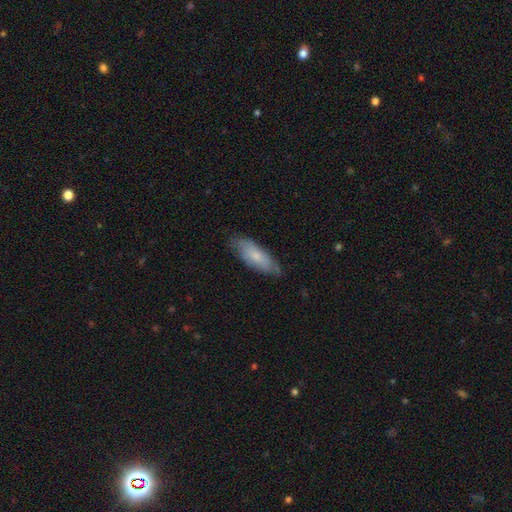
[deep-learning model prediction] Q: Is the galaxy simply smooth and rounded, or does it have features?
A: smooth — 67%.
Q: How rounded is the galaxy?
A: in between — 66%.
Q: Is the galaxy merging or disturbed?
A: none — 73%.